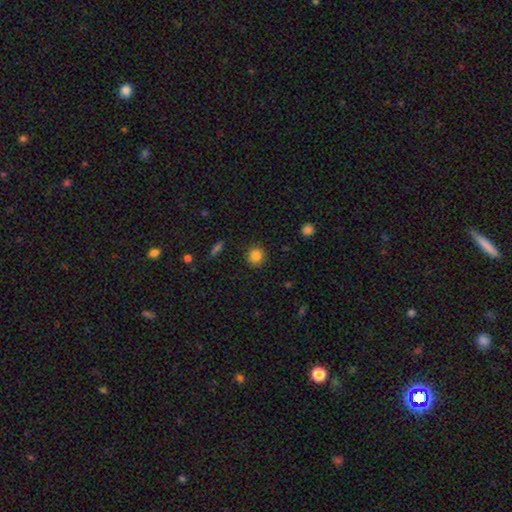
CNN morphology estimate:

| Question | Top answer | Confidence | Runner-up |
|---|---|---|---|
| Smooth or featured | smooth | 85% | star or artifact (11%) |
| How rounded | round | 91% | in between (8%) |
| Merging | none | 89% | minor disturbance (7%) |